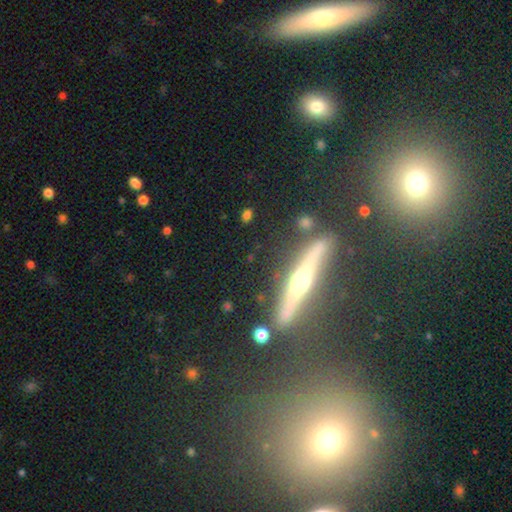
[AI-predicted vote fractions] Smooth or featured?
  - featured or disk: 62% *
  - star or artifact: 21%
  - smooth: 17%
Edge-on disk?
  - yes: 91% *
  - no: 9%
Edge-on bulge?
  - rounded: 89% *
  - none: 6%
  - boxy: 4%
Merging?
  - none: 85% *
  - minor disturbance: 8%
  - merger: 4%
  - major disturbance: 3%